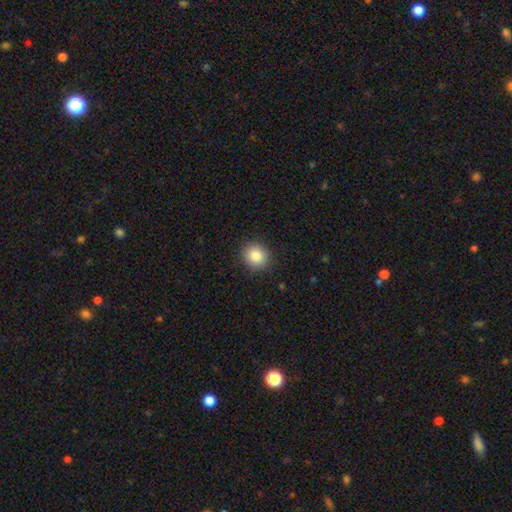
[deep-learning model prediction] Q: Smooth or featured?
A: smooth (85%); runner-up: star or artifact (9%)
Q: How rounded?
A: round (81%); runner-up: in between (18%)
Q: Merging?
A: none (89%); runner-up: minor disturbance (8%)